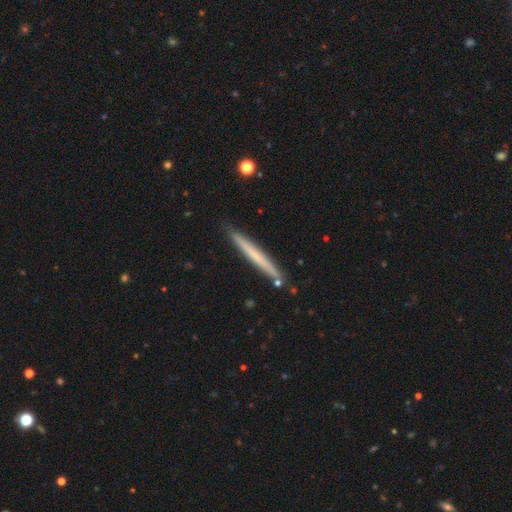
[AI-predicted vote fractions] Morphology: type=smooth (55%); roundness=cigar-shaped (97%); merging=none (87%).